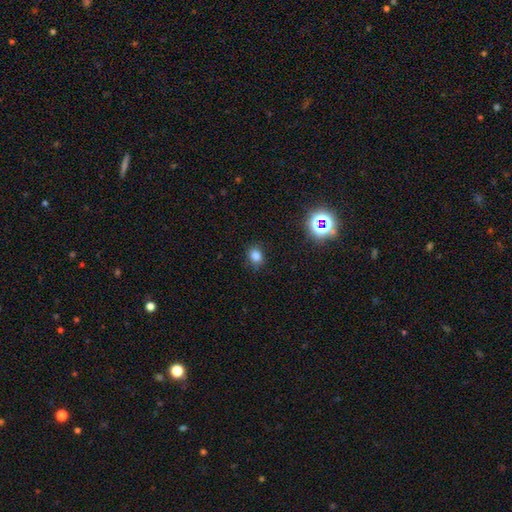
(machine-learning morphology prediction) This appears to be a smooth galaxy with no disk features (79%) that is round (55%). Merging: none (85%).